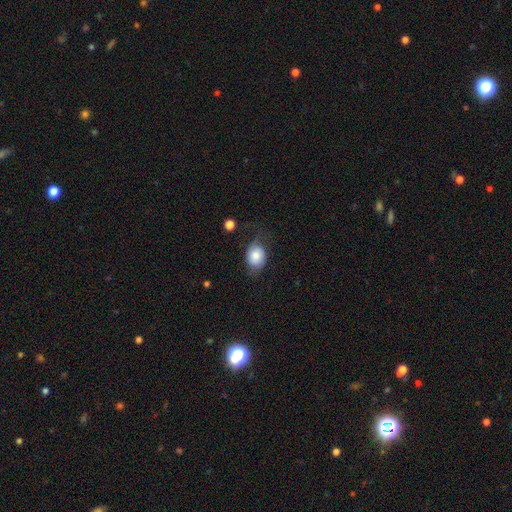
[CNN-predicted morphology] type=smooth (76%); roundness=in between (54%); merging=none (55%).